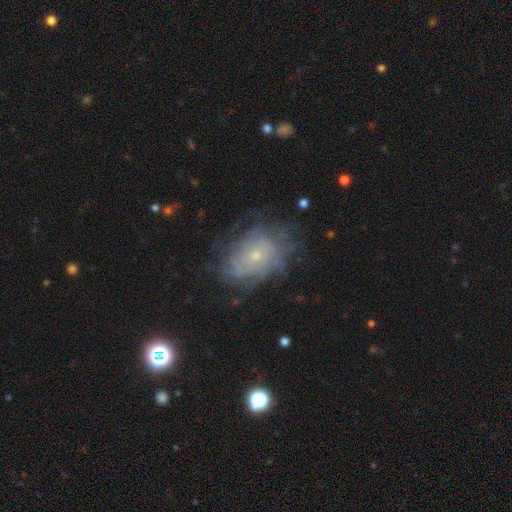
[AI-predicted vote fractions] This appears to be a featured or disk galaxy (64%) with no bar (84%), spiral arms (71%) and a small central bulge (73%). Merging: none (64%).